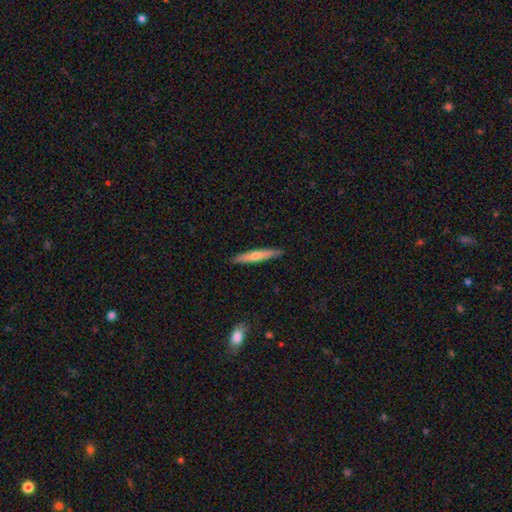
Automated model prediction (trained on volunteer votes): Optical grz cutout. It shows a smooth galaxy with no disk features (53%) that is cigar-shaped (93%). Merging: none (90%).